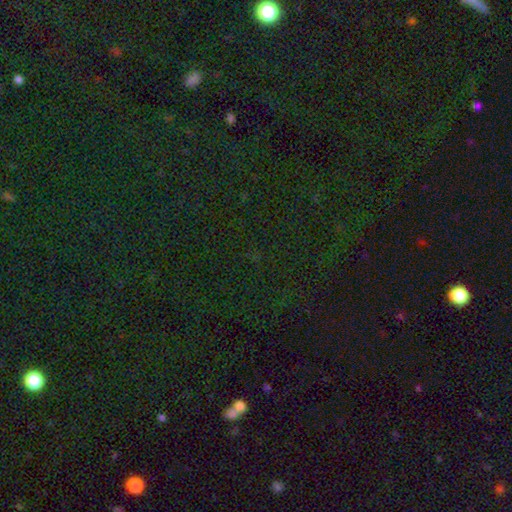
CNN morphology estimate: star or artifact 80%, smooth 13%, featured or disk 7%.